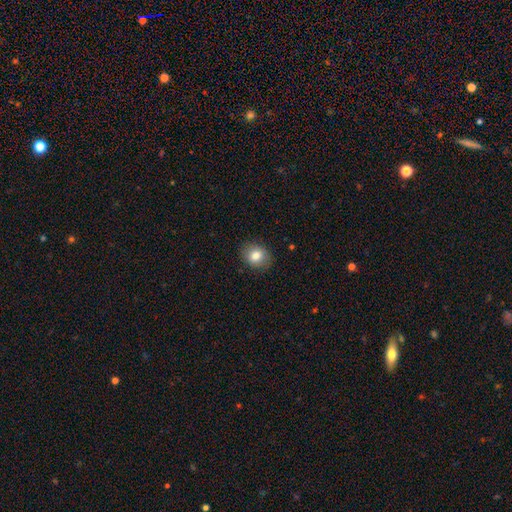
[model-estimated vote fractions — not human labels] Q: Smooth or featured?
A: smooth (81%); runner-up: featured or disk (11%)
Q: How rounded?
A: round (52%); runner-up: in between (47%)
Q: Merging?
A: none (86%); runner-up: minor disturbance (10%)